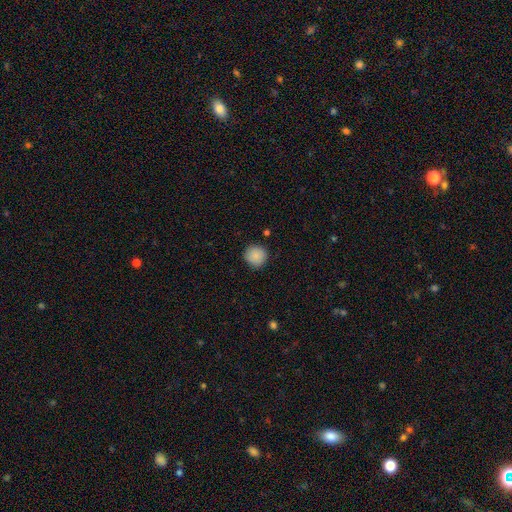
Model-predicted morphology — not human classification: Smooth or featured? smooth (88%)
How rounded? round (93%)
Merging? none (88%)